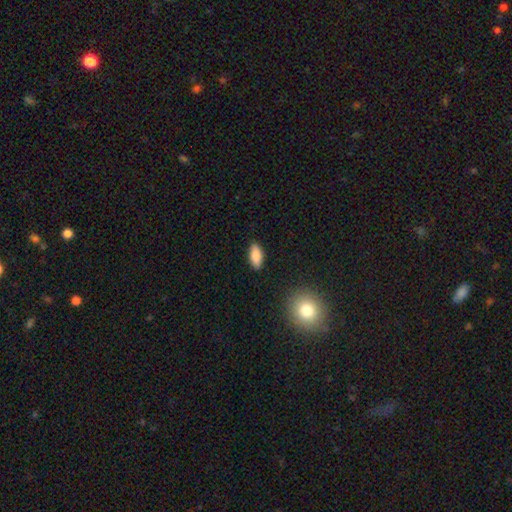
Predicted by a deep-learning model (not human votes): Smooth or featured?
  - smooth: 85% *
  - featured or disk: 8%
  - star or artifact: 7%
How rounded?
  - in between: 84% *
  - cigar-shaped: 13%
  - round: 2%
Merging?
  - none: 88% *
  - minor disturbance: 9%
  - major disturbance: 2%
  - merger: 1%